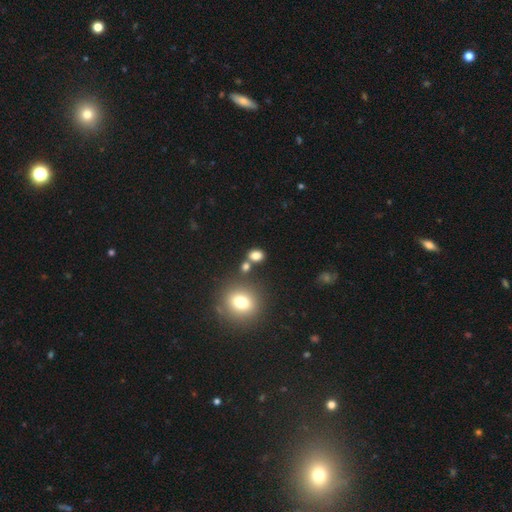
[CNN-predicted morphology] This is likely a smooth galaxy (80%). How rounded: possibly in between (60%). Merging: likely none (66%).